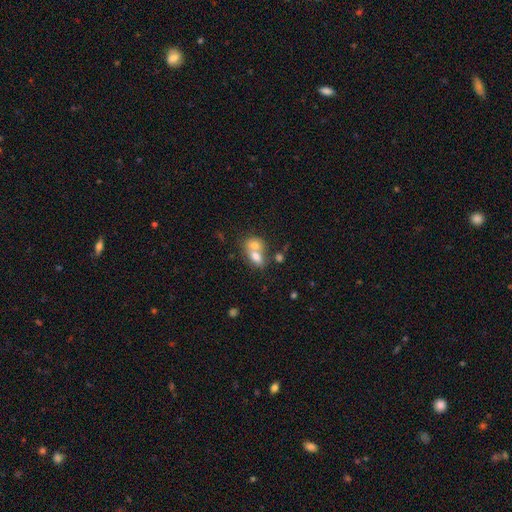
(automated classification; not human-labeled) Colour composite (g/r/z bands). It shows a smooth galaxy with no disk features (74%) that is in between round and cigar-shaped (78%). Merging: merger (68%).